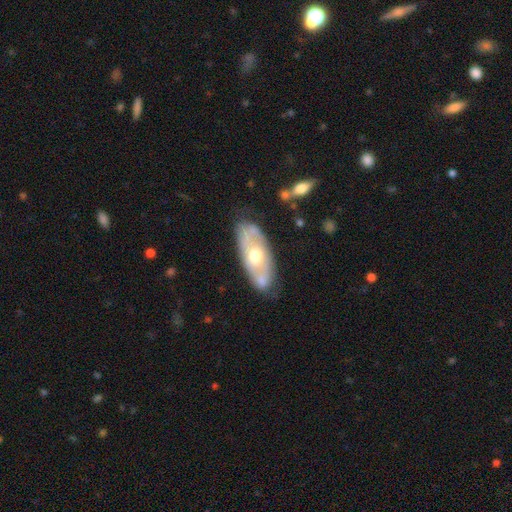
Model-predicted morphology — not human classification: Overall: featured or disk (58%; smooth 36%). Edge-on disk: no (81%). Merging: none (72%).